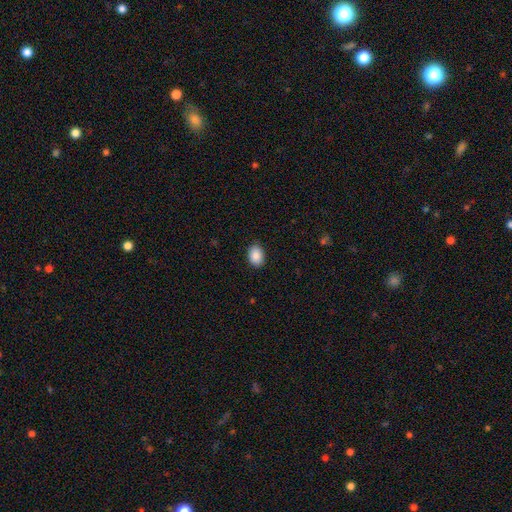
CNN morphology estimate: The model was most divided on "how rounded": in between: 80%, round: 19%, cigar-shaped: 1%. More confident: smooth or featured — smooth (90%); merging — none (88%).